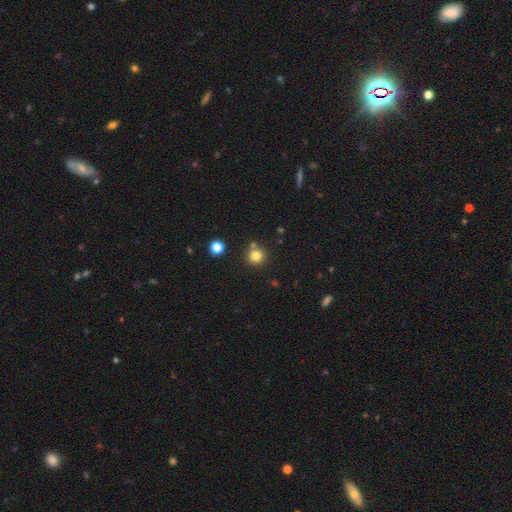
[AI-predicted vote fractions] smooth 80%, star or artifact 13%, featured or disk 7%. Down the decision tree: how rounded — round (93%); merging — none (76%).